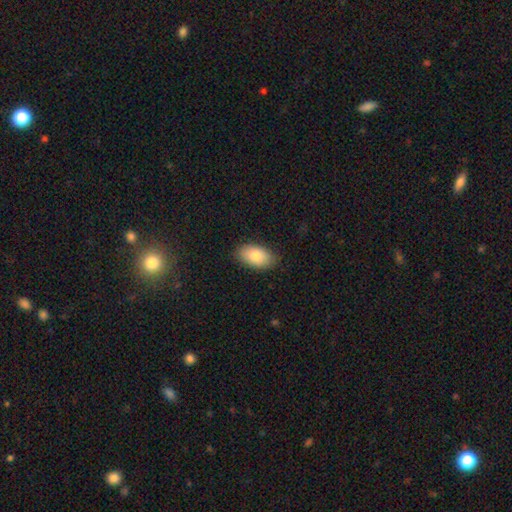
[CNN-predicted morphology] Smooth or featured? Predicted: smooth (p=0.81). How rounded? Predicted: in between (p=0.94). Merging? Predicted: none (p=0.86).